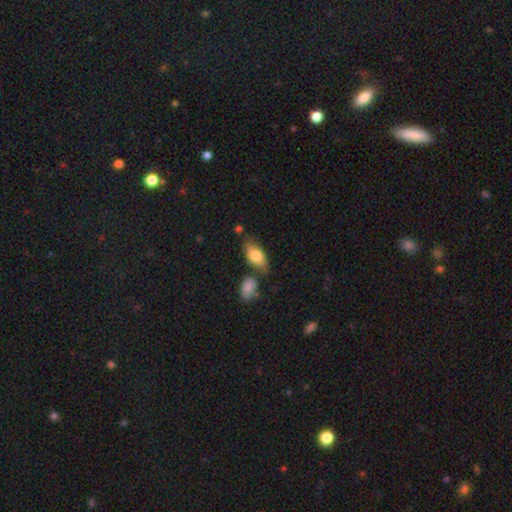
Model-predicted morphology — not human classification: smooth 77%, featured or disk 16%, star or artifact 6%. Down the decision tree: how rounded — in between (90%); merging — none (65%).